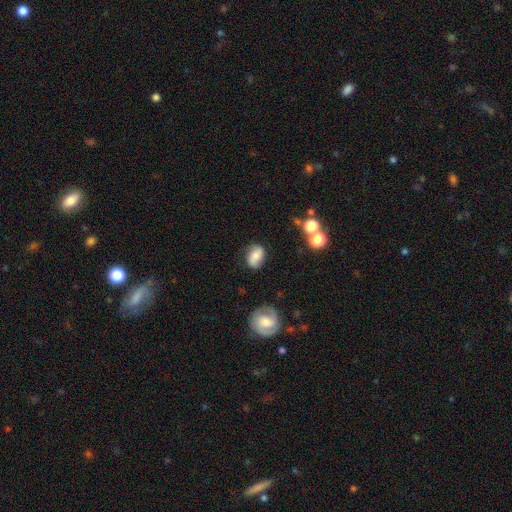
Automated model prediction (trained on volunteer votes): Overall: smooth (59%; featured or disk 32%). How rounded: in between (73%). Merging: none (72%).